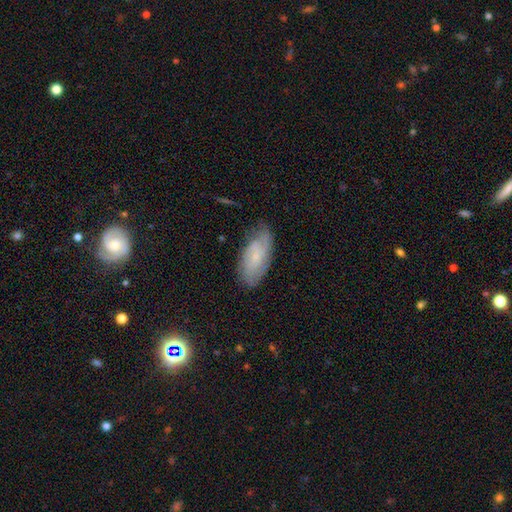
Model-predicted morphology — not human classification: Smooth or featured: featured or disk — 52% (smooth — 40%)
Edge-on disk: no — 91% (yes — 9%)
Merging: none — 69% (minor disturbance — 24%)